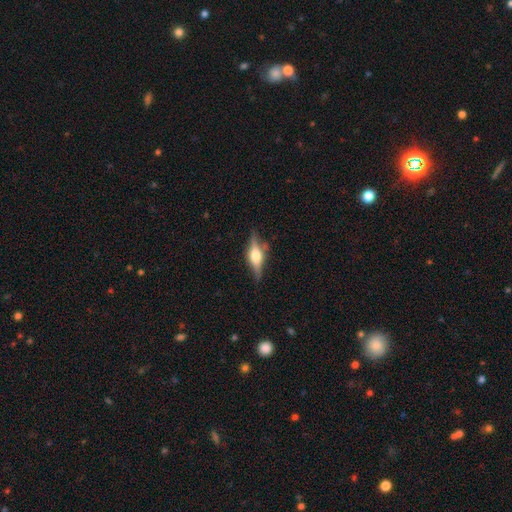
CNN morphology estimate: type=featured or disk (68%); edge-on=yes (95%); edge-on bulge=rounded (90%); merging=none (78%).